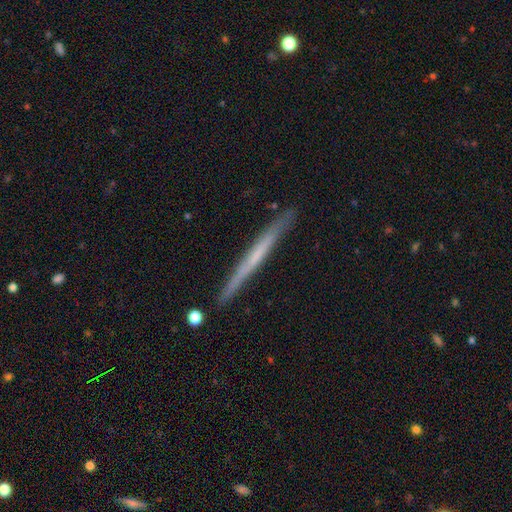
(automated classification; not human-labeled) Q: Smooth or featured?
A: featured or disk (53%); runner-up: smooth (41%)
Q: Edge-on disk?
A: yes (97%); runner-up: no (3%)
Q: Edge-on bulge?
A: none (84%); runner-up: rounded (10%)
Q: Merging?
A: none (89%); runner-up: minor disturbance (8%)